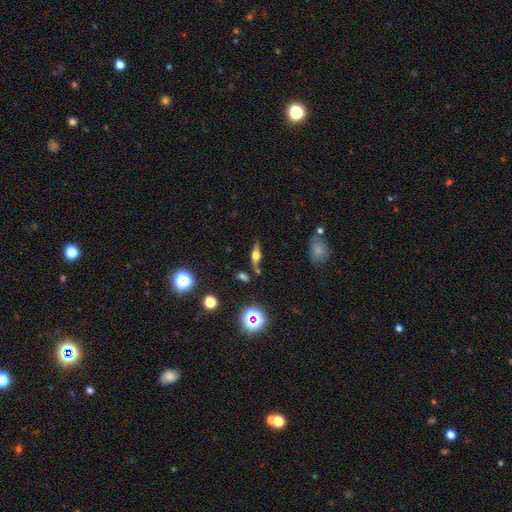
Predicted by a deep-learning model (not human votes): Morphology: type=featured or disk (62%); edge-on=yes (93%); edge-on bulge=rounded (93%); merging=none (78%).